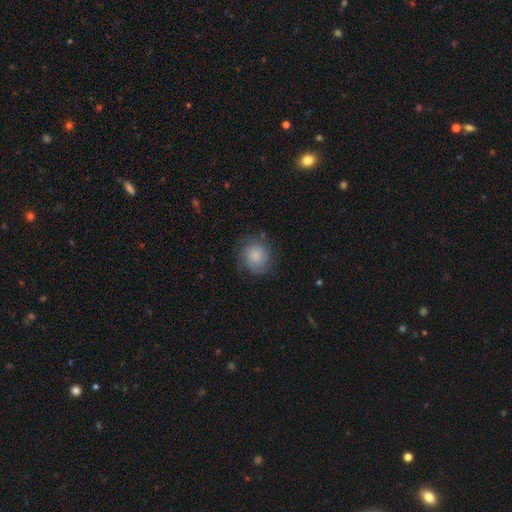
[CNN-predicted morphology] Overall: smooth (60%; featured or disk 32%). How rounded: round (85%). Merging: none (74%).